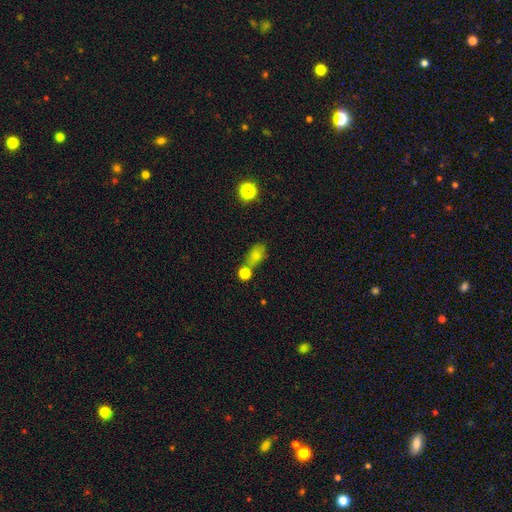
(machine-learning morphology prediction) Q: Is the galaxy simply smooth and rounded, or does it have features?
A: smooth — 74%.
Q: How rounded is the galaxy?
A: in between — 73%.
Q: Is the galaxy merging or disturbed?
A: none — 43%.